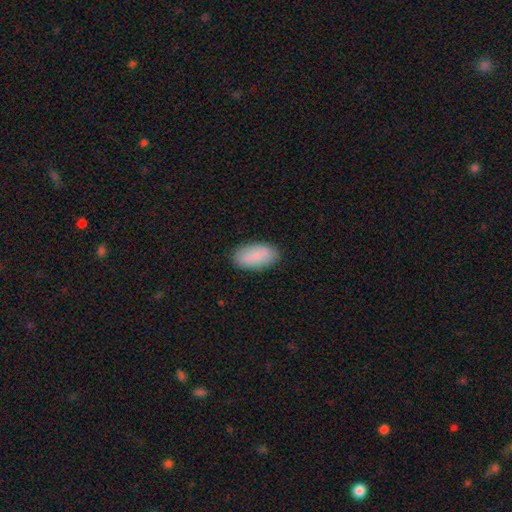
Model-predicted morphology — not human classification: A smooth galaxy with no disk features (84%) that is in between round and cigar-shaped (94%). Merging: none (87%).